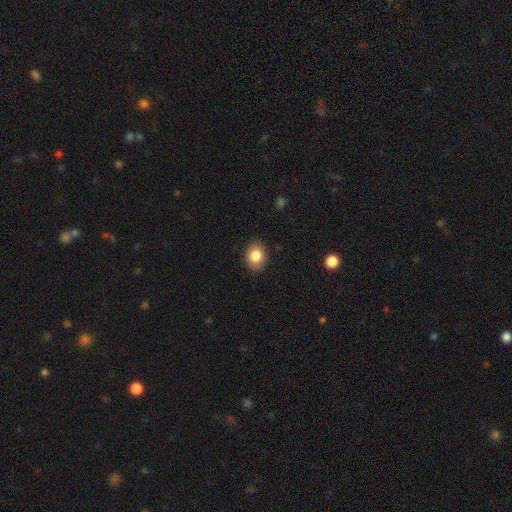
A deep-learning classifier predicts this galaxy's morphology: type=smooth (84%); roundness=in between (60%); merging=none (88%).